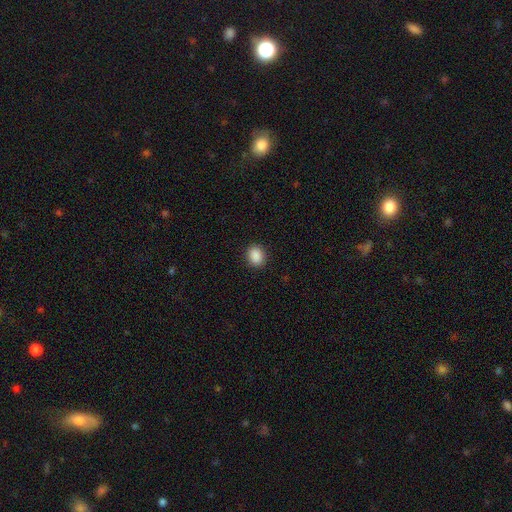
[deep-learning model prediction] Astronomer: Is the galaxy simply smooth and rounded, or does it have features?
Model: smooth — 89%.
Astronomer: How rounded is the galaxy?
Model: round — 56% (runner-up: in between, 43%).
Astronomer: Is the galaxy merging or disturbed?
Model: none — 90%.